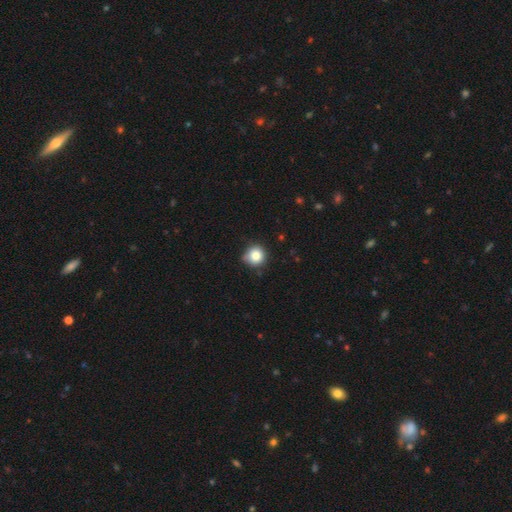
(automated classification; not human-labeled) Smooth or featured? Predicted: smooth (p=0.82). How rounded? Predicted: round (p=0.92). Merging? Predicted: none (p=0.76).